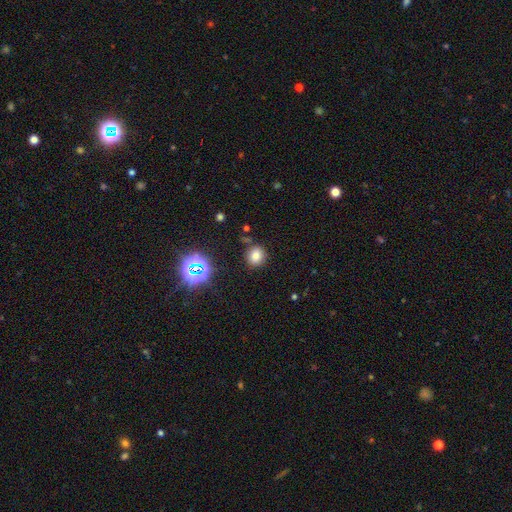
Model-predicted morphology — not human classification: This is likely a smooth galaxy (74%). How rounded: likely round (76%). Merging: clearly none (83%).